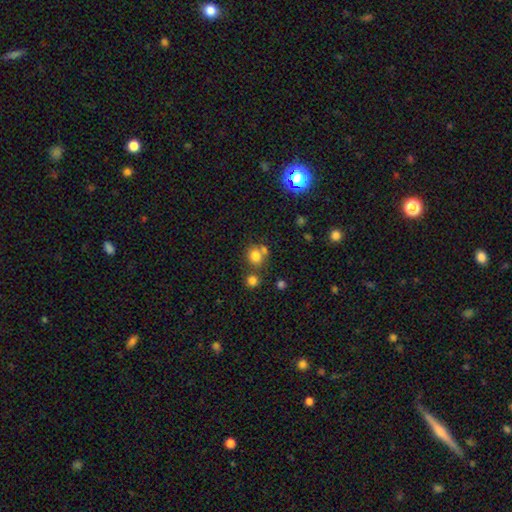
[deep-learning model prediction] The model was most divided on "merging": none: 56%, merger: 29%, minor disturbance: 11%, major disturbance: 5%. More confident: smooth or featured — smooth (76%); how rounded — round (73%).